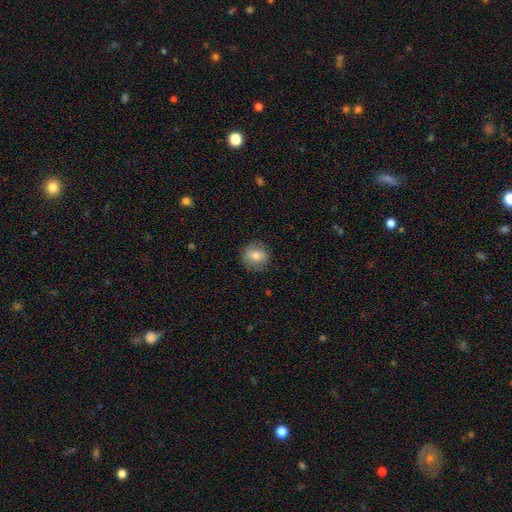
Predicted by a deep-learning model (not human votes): Q: Smooth or featured?
A: smooth (67%); runner-up: featured or disk (24%)
Q: How rounded?
A: round (85%); runner-up: in between (14%)
Q: Merging?
A: none (84%); runner-up: minor disturbance (12%)